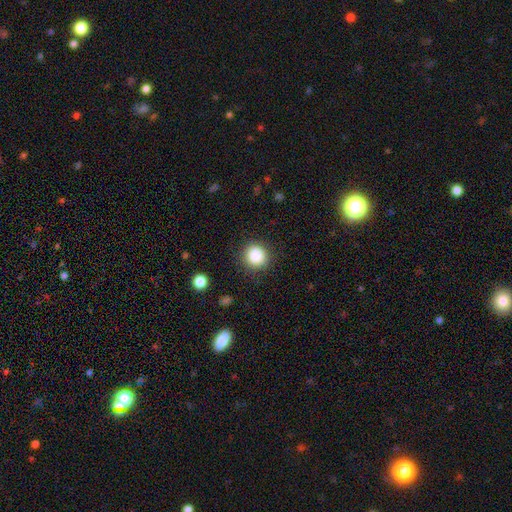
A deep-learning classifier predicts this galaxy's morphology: smooth_or_featured: smooth (p=0.86) [alt: star or artifact p=0.10]
how_rounded: round (p=0.89) [alt: in between p=0.10]
merging: none (p=0.87) [alt: minor disturbance p=0.09]